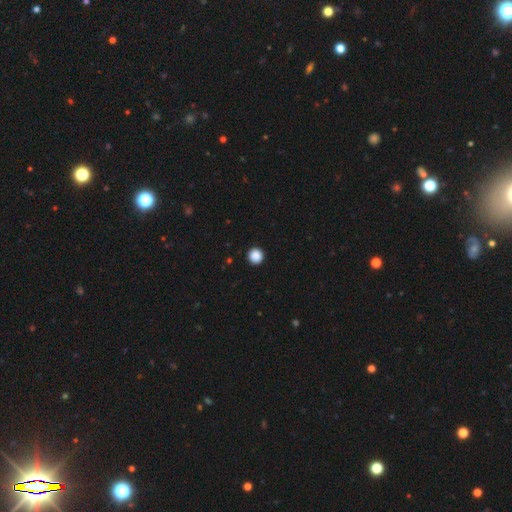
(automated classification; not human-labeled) smooth 89%, star or artifact 9%, featured or disk 2%. Down the decision tree: how rounded — round (96%); merging — none (94%).